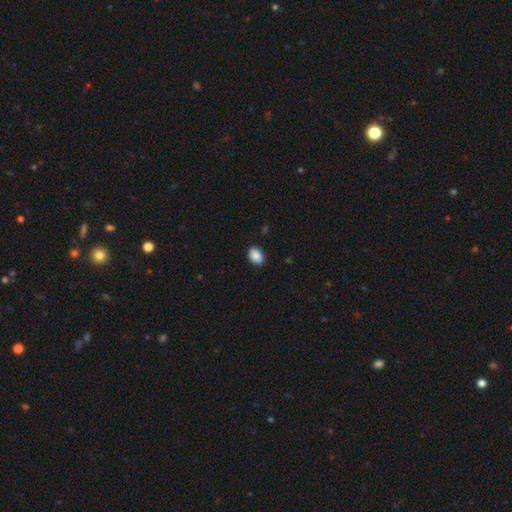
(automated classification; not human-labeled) The model was most divided on "how rounded": in between: 81%, round: 18%, cigar-shaped: 1%. More confident: smooth or featured — smooth (90%); merging — none (86%).